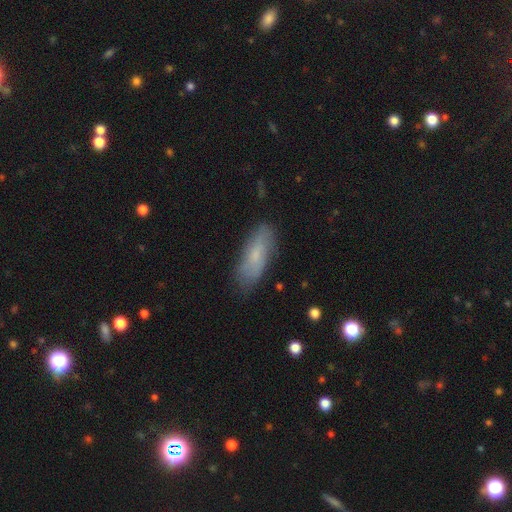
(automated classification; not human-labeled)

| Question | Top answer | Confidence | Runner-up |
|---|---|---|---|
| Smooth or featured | smooth | 67% | featured or disk (26%) |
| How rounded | in between | 64% | cigar-shaped (34%) |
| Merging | none | 80% | minor disturbance (15%) |